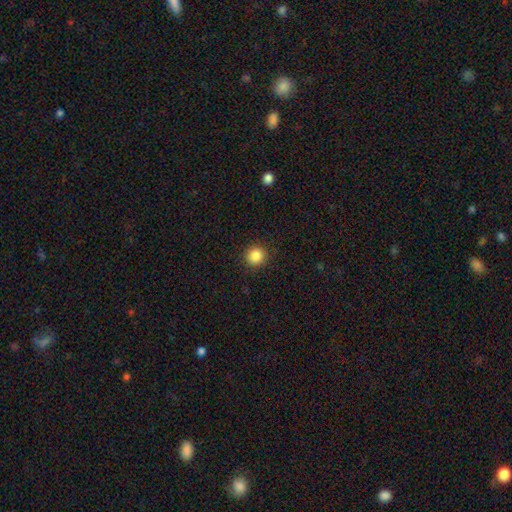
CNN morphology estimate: Smooth or featured? Predicted: smooth (p=0.86). How rounded? Predicted: round (p=0.94). Merging? Predicted: none (p=0.91).